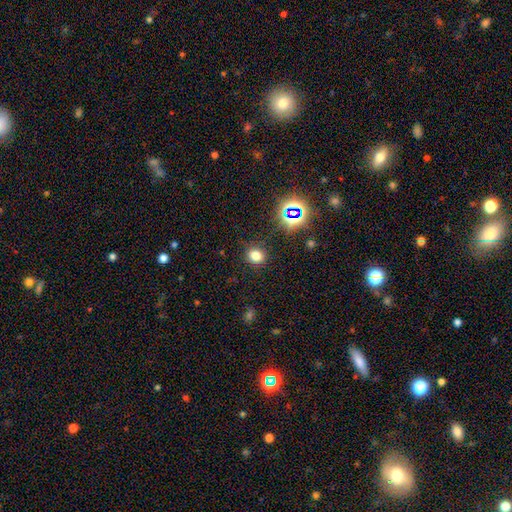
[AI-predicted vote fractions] This appears to be a smooth galaxy with no disk features (73%) that is round (73%). Merging: none (87%).